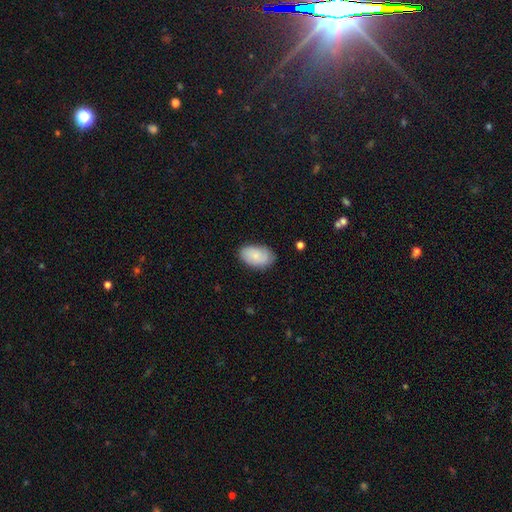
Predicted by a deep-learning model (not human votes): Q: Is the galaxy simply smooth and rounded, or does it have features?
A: smooth — 78%.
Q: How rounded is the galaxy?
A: in between — 92%.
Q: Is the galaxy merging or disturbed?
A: none — 79%.